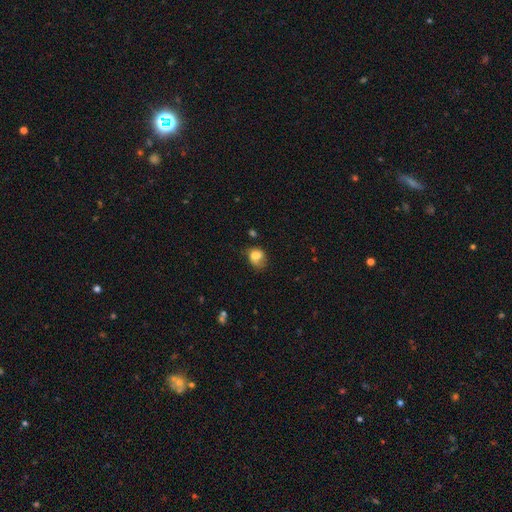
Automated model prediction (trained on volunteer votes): smooth_or_featured: smooth (p=0.74) [alt: featured or disk p=0.16]
how_rounded: in between (p=0.54) [alt: round p=0.45]
merging: none (p=0.35) [alt: minor disturbance p=0.34]